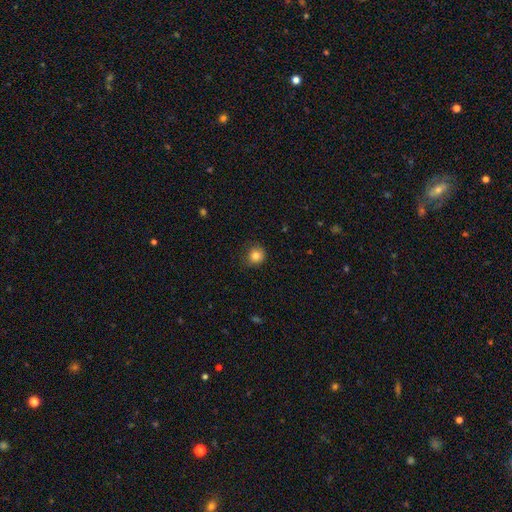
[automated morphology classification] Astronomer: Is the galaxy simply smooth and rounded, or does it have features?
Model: smooth — 81%.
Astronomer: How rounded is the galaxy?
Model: round — 88%.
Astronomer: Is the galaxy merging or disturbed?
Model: none — 80%.